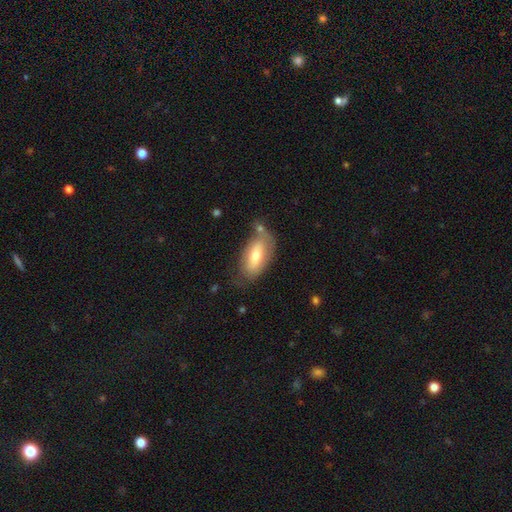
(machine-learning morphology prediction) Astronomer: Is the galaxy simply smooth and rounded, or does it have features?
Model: smooth — 66%.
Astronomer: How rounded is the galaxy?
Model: in between — 90%.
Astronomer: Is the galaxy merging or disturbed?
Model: none — 59%.